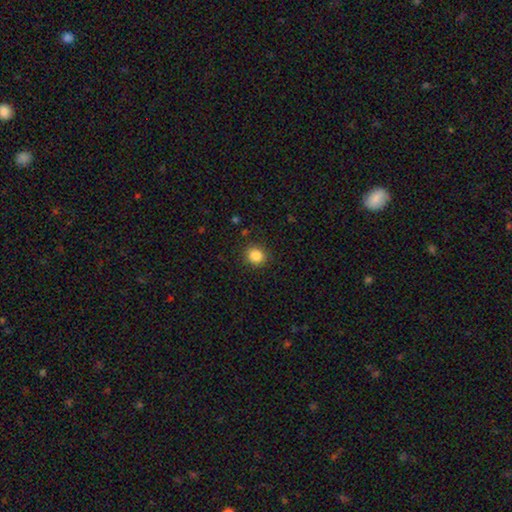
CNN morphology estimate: A smooth galaxy with no disk features (86%) that is round (86%).

Vote fractions:
- Smooth or featured? smooth: 86% / star or artifact: 10% / featured or disk: 4%
- How rounded? round: 86% / in between: 14% / cigar-shaped: 1%
- Merging? none: 89% / minor disturbance: 7% / major disturbance: 3% / merger: 1%